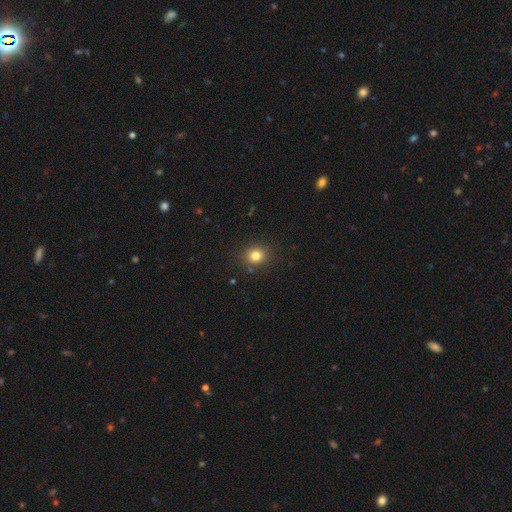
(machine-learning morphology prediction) Overall: smooth (80%). How rounded: round (78%). Merging: none (88%).